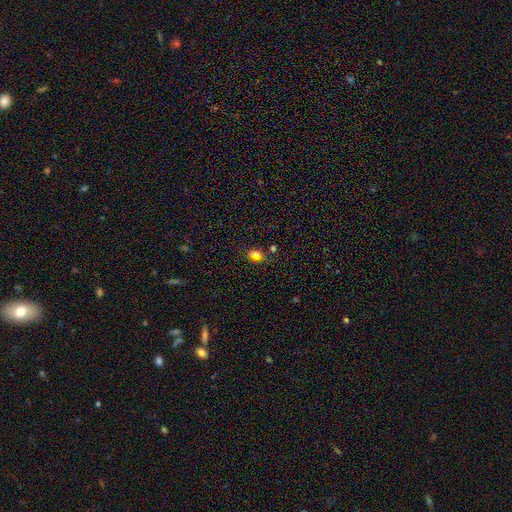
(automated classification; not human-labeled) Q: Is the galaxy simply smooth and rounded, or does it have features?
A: smooth — 74%.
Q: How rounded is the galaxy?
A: in between — 61%.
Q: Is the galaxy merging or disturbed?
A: none — 74%.